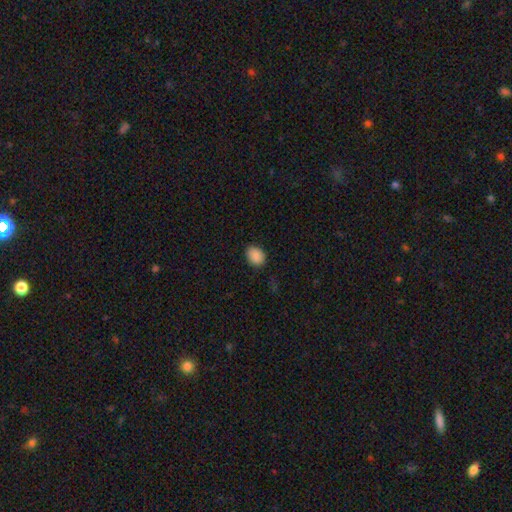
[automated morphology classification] The model was most divided on "how rounded": in between: 60%, round: 39%, cigar-shaped: 1%. More confident: smooth or featured — smooth (89%); merging — none (84%).